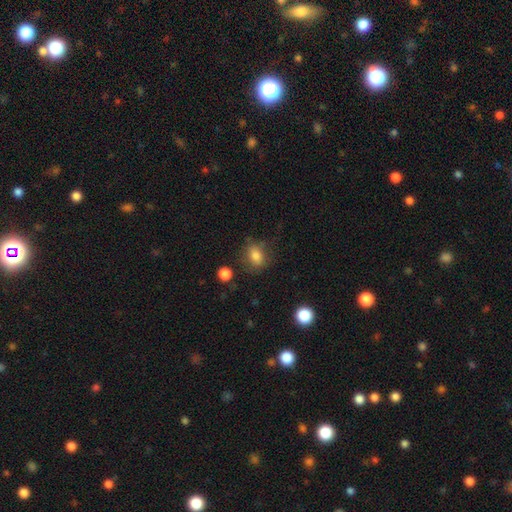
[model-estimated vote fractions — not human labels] This appears to be a smooth galaxy with no disk features (80%) that is in between round and cigar-shaped (56%). Merging: none (72%).